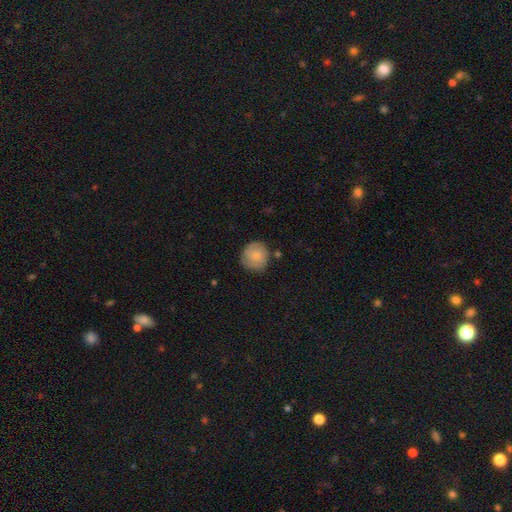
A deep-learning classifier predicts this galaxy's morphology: This appears to be a smooth galaxy with no disk features (68%) that is round (90%). Merging: none (76%).